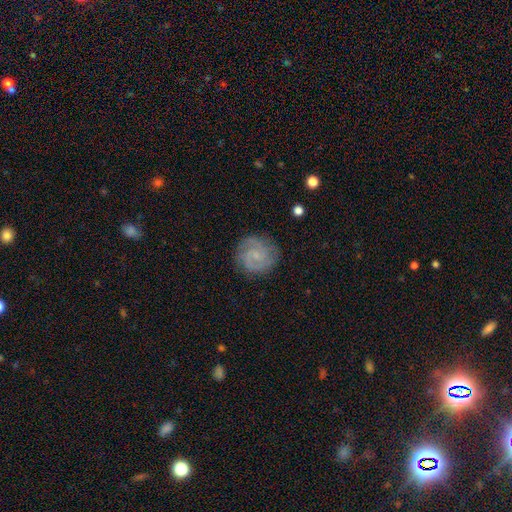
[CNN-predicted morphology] Smooth or featured? Predicted: featured or disk (p=0.79). Edge-on disk? Predicted: no (p=0.98). Bar? Predicted: no (p=0.53). Spiral arms? Predicted: yes (p=0.97). Spiral winding? Predicted: tight (p=0.53). Spiral arm count? Predicted: 2 (p=0.69). Bulge size? Predicted: small (p=0.61). Merging? Predicted: none (p=0.83).